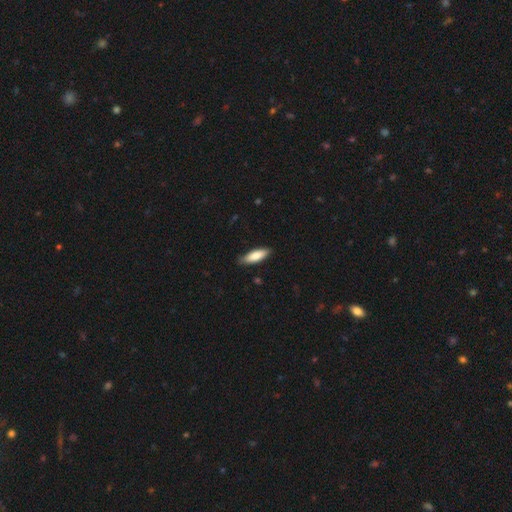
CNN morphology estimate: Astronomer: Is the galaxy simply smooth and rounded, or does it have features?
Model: smooth — 81%.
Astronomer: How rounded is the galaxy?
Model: in between — 56% (runner-up: cigar-shaped, 42%).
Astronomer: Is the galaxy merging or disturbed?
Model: none — 81%.